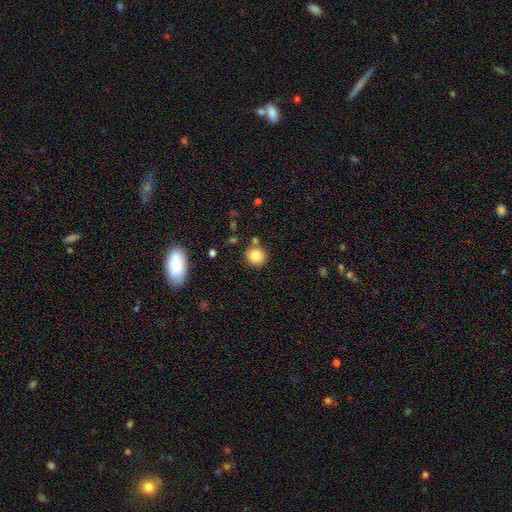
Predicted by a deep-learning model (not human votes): Smooth or featured? Predicted: smooth (p=0.84). How rounded? Predicted: round (p=0.89). Merging? Predicted: none (p=0.78).